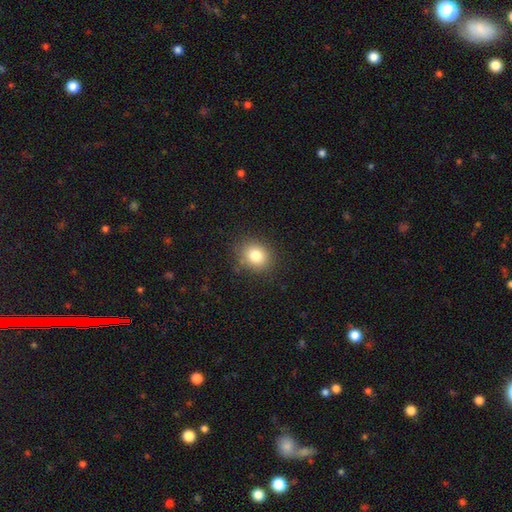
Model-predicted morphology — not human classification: A smooth galaxy with no disk features (82%) that is round (66%). Merging: none (85%).